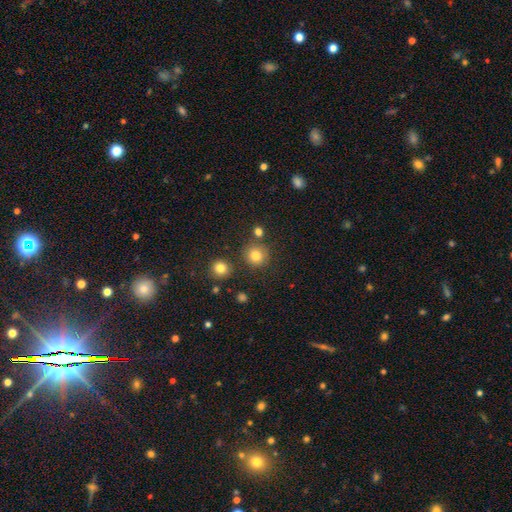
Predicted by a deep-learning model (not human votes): Smooth or featured? Predicted: smooth (p=0.81). How rounded? Predicted: round (p=0.93). Merging? Predicted: none (p=0.83).